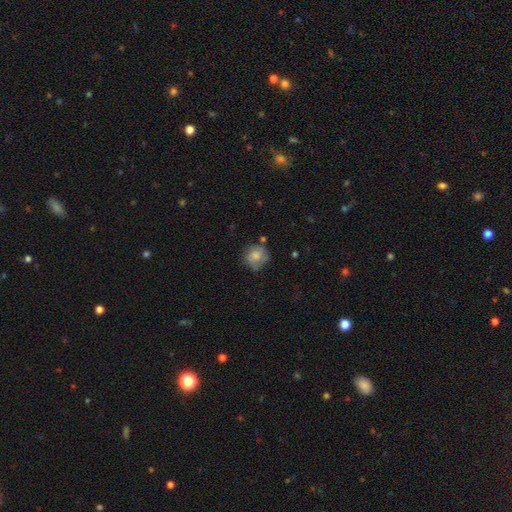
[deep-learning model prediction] This is likely a smooth galaxy (70%). How rounded: clearly round (83%). Merging: possibly none (60%).